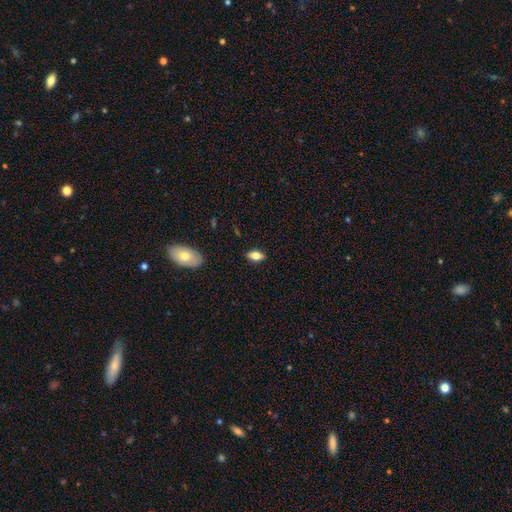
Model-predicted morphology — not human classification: Smooth or featured?
  - smooth: 71% *
  - featured or disk: 21%
  - star or artifact: 9%
How rounded?
  - in between: 85% *
  - cigar-shaped: 9%
  - round: 6%
Merging?
  - none: 87% *
  - minor disturbance: 9%
  - major disturbance: 2%
  - merger: 1%